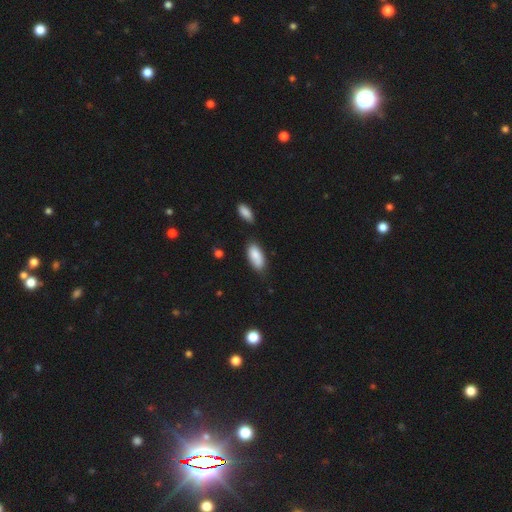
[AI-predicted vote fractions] The model was most divided on "merging": none: 65%, minor disturbance: 22%, merger: 8%, major disturbance: 5%. More confident: how rounded — in between (89%); smooth or featured — smooth (85%).